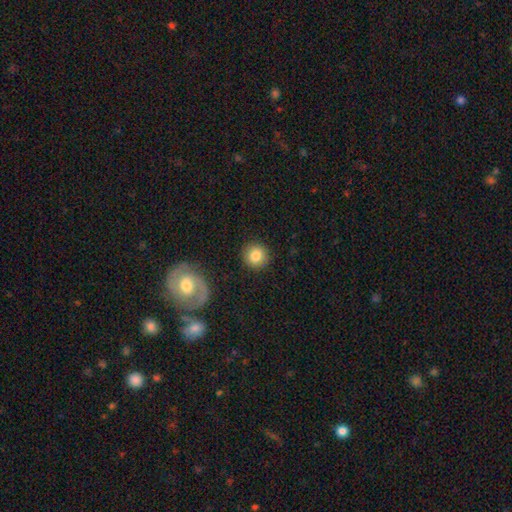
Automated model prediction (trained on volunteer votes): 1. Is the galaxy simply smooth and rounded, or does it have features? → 84% smooth, 8% star or artifact, 7% featured or disk.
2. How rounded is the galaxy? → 93% round, 6% in between, 1% cigar-shaped.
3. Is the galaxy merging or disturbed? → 91% none, 6% minor disturbance, 2% major disturbance, 2% merger.